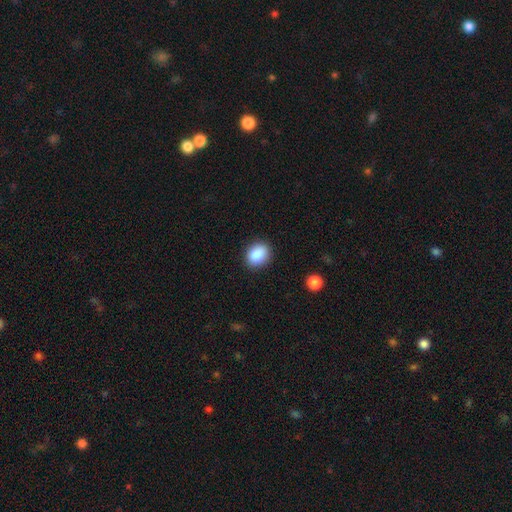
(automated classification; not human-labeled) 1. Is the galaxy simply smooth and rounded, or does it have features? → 88% smooth, 8% star or artifact, 3% featured or disk.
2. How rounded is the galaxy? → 60% in between, 39% round, 1% cigar-shaped.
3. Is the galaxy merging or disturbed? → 87% none, 9% minor disturbance, 2% major disturbance, 1% merger.